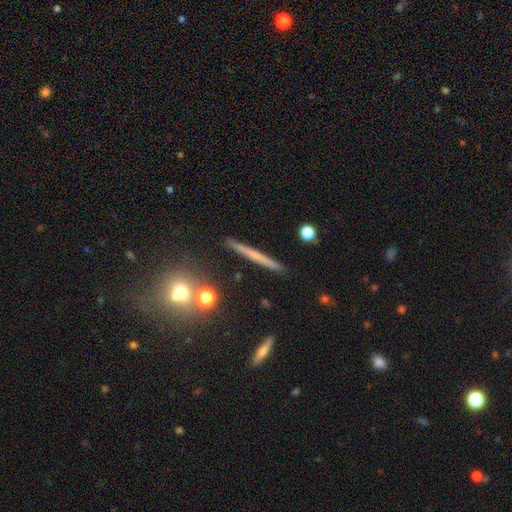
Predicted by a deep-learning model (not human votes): Smooth or featured? featured or disk (47%)
Merging? none (90%)